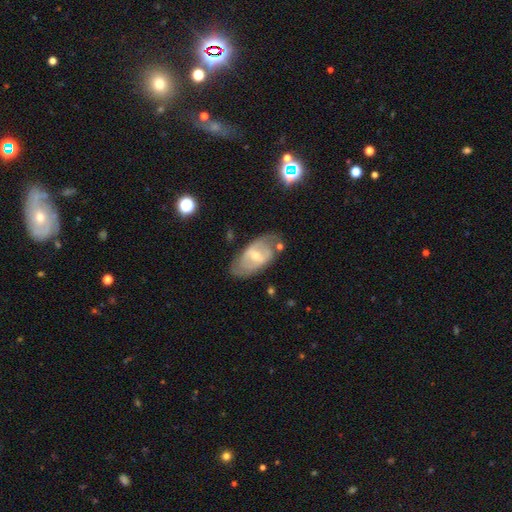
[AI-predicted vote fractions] Smooth or featured: featured or disk — 67% (smooth — 27%)
Edge-on disk: no — 93% (yes — 7%)
Bar: weak — 49% (strong — 32%)
Spiral arms: yes — 66% (no — 34%)
Bulge size: small — 48% (moderate — 46%)
Merging: none — 67% (minor disturbance — 21%)